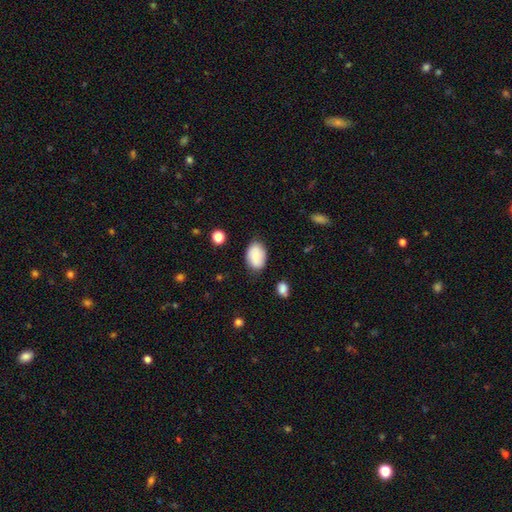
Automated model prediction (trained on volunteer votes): Morphology: type=smooth (79%); roundness=in between (87%); merging=none (78%).